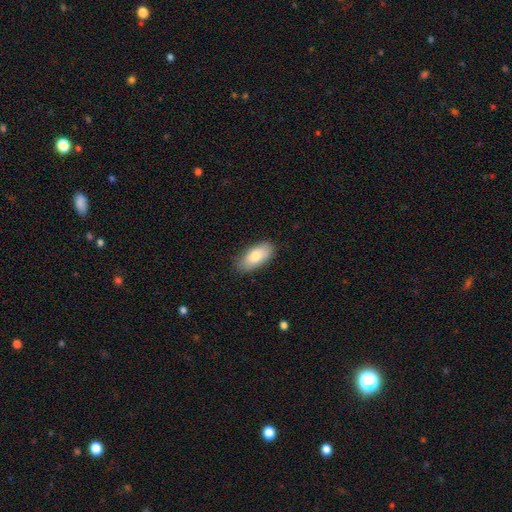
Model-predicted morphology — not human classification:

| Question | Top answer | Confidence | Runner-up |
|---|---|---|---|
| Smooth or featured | smooth | 80% | featured or disk (14%) |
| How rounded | in between | 89% | cigar-shaped (8%) |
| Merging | none | 85% | minor disturbance (12%) |